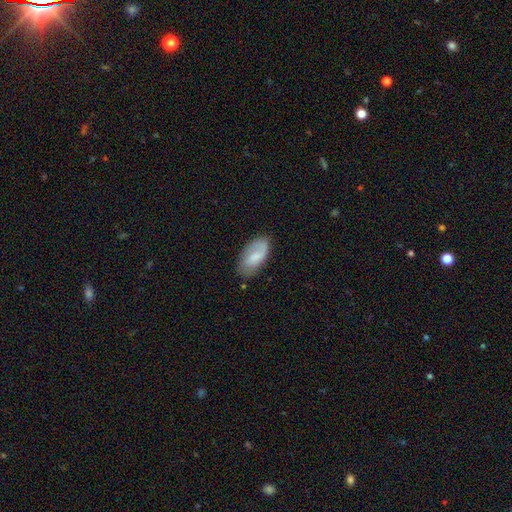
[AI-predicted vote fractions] smooth 58%, featured or disk 35%, star or artifact 6%. Down the decision tree: how rounded — in between (93%); merging — none (69%).